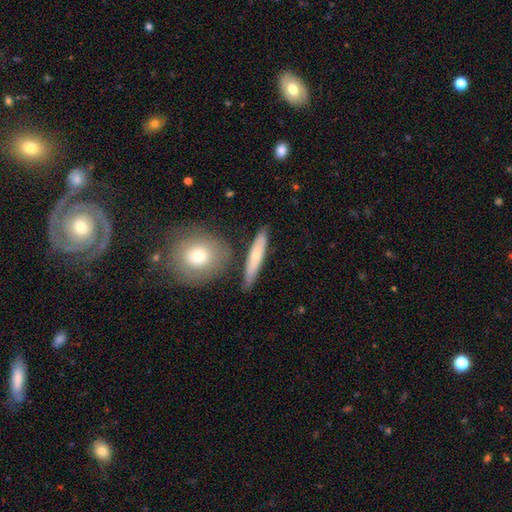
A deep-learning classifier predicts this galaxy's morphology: smooth 63%, featured or disk 31%, star or artifact 6%. Down the decision tree: how rounded — cigar-shaped (79%); merging — none (79%).